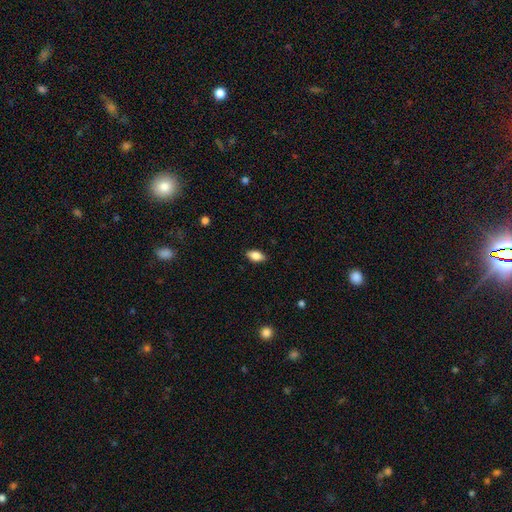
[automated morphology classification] Smooth or featured?
  - smooth: 80% *
  - featured or disk: 12%
  - star or artifact: 8%
How rounded?
  - in between: 89% *
  - cigar-shaped: 6%
  - round: 5%
Merging?
  - none: 87% *
  - minor disturbance: 10%
  - major disturbance: 2%
  - merger: 1%